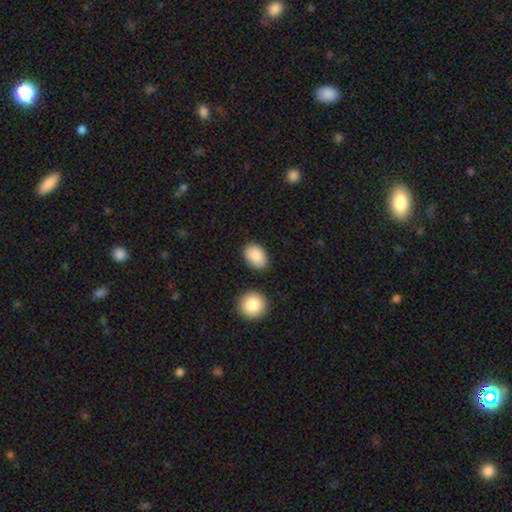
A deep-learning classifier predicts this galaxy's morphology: The model was most divided on "how rounded": in between: 82%, round: 17%, cigar-shaped: 1%. More confident: smooth or featured — smooth (87%); merging — none (80%).